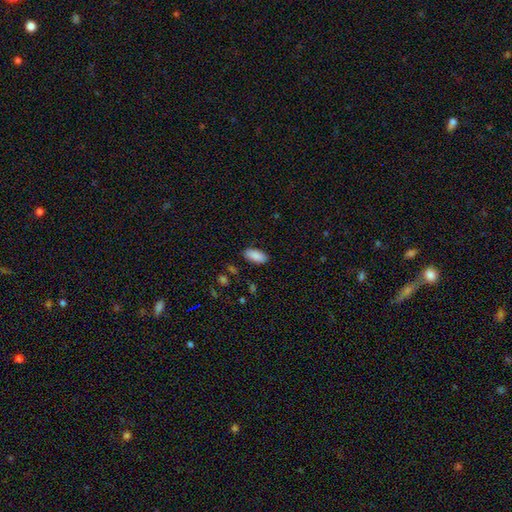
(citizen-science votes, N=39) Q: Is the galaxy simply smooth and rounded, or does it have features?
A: smooth — 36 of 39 (92%).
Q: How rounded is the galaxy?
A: in between — 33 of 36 (92%).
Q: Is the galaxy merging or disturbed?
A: none — 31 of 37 (84%).